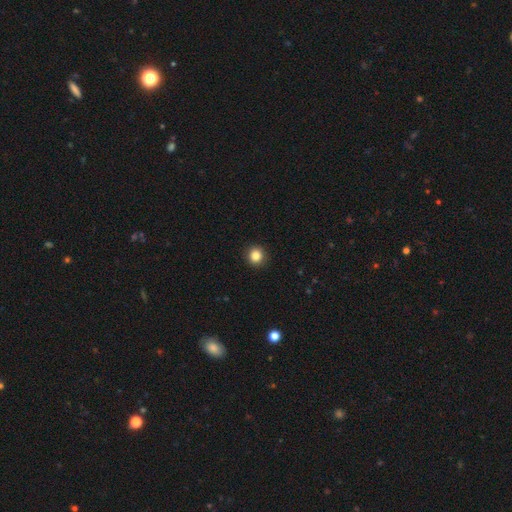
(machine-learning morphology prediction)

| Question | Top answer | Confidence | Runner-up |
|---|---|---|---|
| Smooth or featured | smooth | 85% | star or artifact (11%) |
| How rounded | round | 92% | in between (7%) |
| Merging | none | 92% | minor disturbance (5%) |